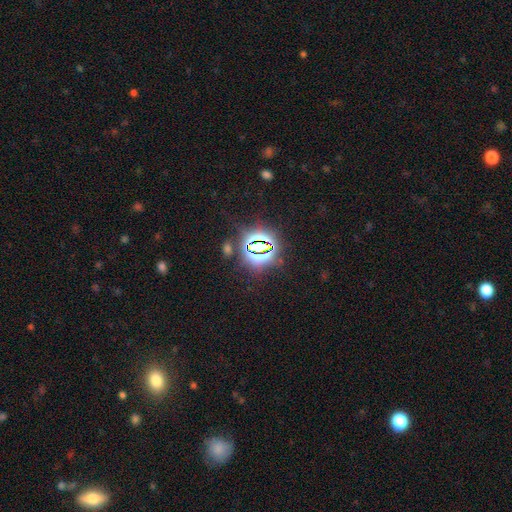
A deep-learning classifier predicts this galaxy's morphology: smooth_or_featured: star or artifact (p=0.80) [alt: smooth p=0.12]